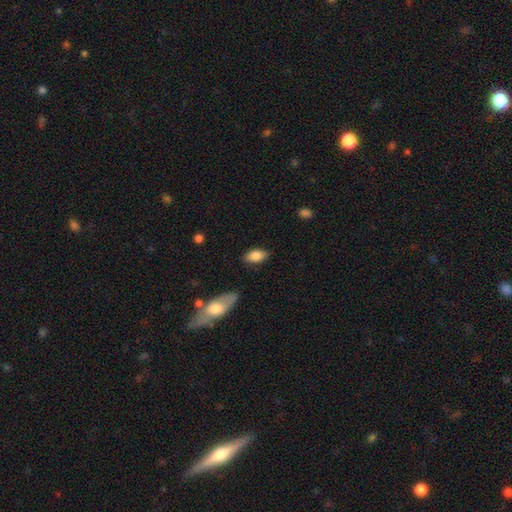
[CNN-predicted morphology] Smooth or featured: smooth — 82% (featured or disk — 11%)
How rounded: in between — 91% (round — 5%)
Merging: none — 83% (minor disturbance — 12%)